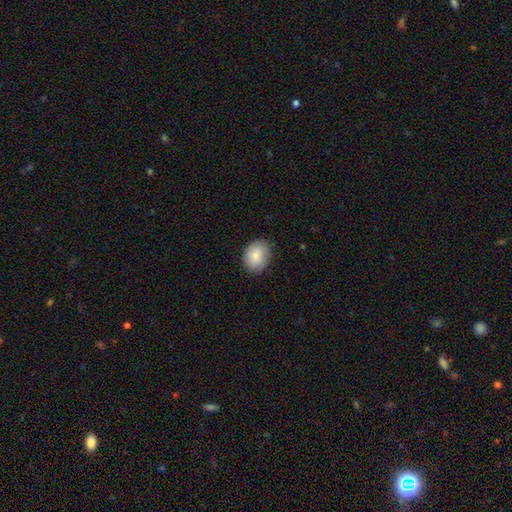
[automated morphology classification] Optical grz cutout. It shows a smooth galaxy with no disk features (84%) that is in between round and cigar-shaped (53%). Merging: none (82%).